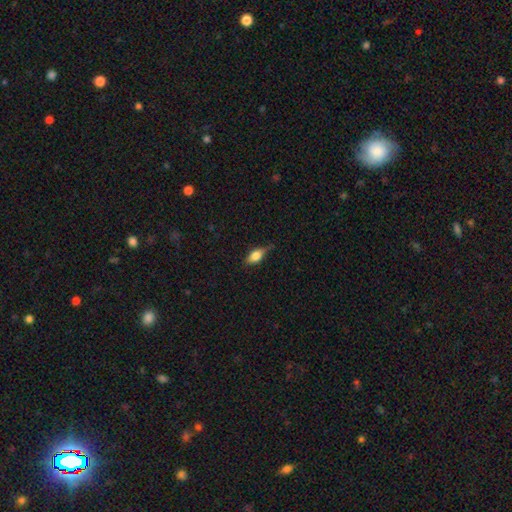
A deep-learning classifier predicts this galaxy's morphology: Q: Smooth or featured?
A: smooth (69%); runner-up: featured or disk (23%)
Q: How rounded?
A: in between (81%); runner-up: cigar-shaped (12%)
Q: Merging?
A: none (65%); runner-up: minor disturbance (28%)